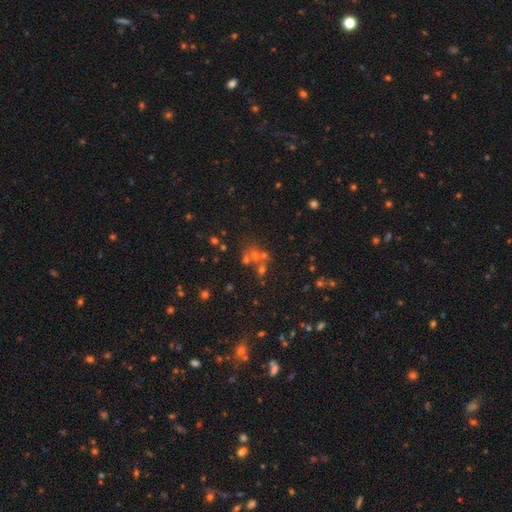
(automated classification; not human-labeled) A star or artifact, not a galaxy (44%).